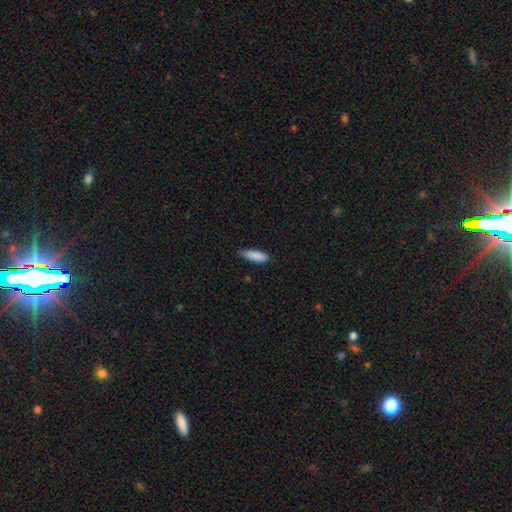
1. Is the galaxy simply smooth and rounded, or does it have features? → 90% smooth, 8% star or artifact, 3% featured or disk.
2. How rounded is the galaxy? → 54% in between, 40% cigar-shaped, 6% round.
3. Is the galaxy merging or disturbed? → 53% none, 33% minor disturbance, 8% merger, 6% major disturbance.